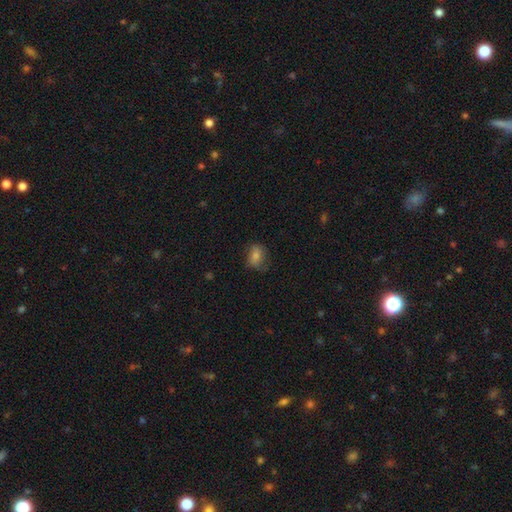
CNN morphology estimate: The model was most divided on "how rounded": in between: 62%, round: 36%, cigar-shaped: 2%. More confident: merging — none (70%); smooth or featured — smooth (66%).